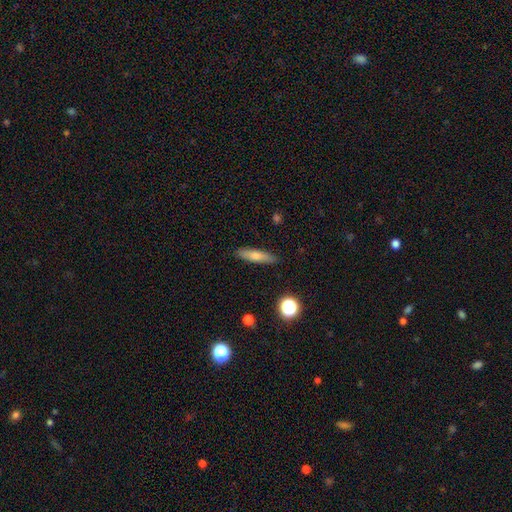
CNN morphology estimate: type=smooth (69%); roundness=cigar-shaped (77%); merging=none (89%).